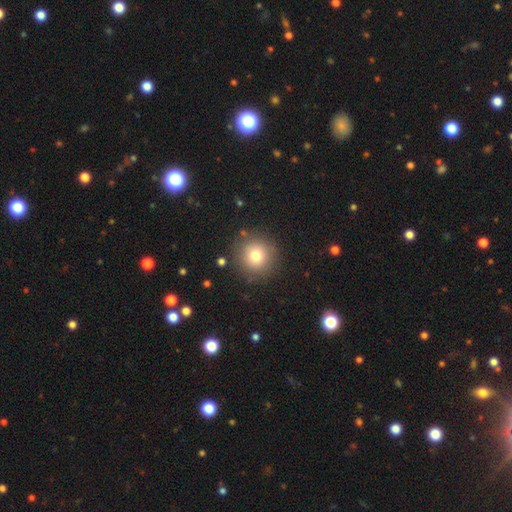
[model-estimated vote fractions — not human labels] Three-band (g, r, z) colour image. It shows a smooth galaxy with no disk features (75%) that is round (95%). Merging: none (87%).